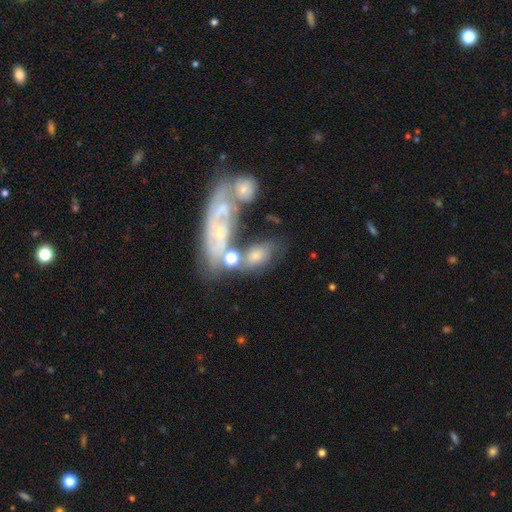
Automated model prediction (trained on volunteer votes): Q: Smooth or featured?
A: smooth (52%); runner-up: featured or disk (35%)
Q: How rounded?
A: in between (73%); runner-up: round (21%)
Q: Merging?
A: none (37%); runner-up: merger (34%)